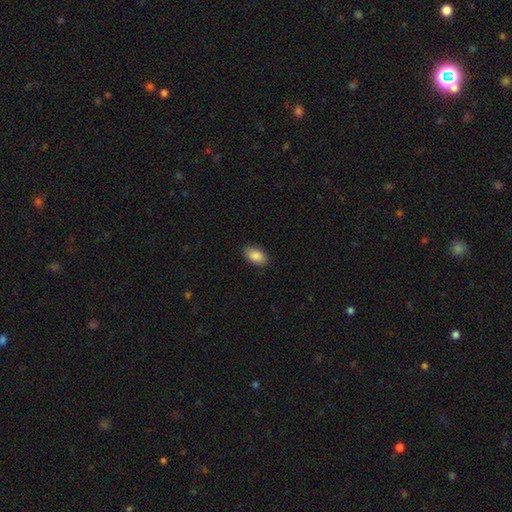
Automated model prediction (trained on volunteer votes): A smooth galaxy with no disk features (88%) that is in between round and cigar-shaped (93%).

Vote fractions:
- Smooth or featured? smooth: 88% / star or artifact: 7% / featured or disk: 5%
- How rounded? in between: 93% / round: 5% / cigar-shaped: 2%
- Merging? none: 88% / minor disturbance: 9% / major disturbance: 2% / merger: 1%